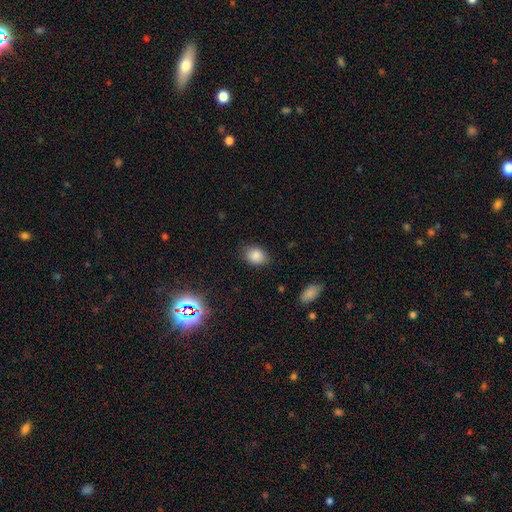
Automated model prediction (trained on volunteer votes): Morphology: type=smooth (86%); roundness=in between (69%); merging=none (81%).